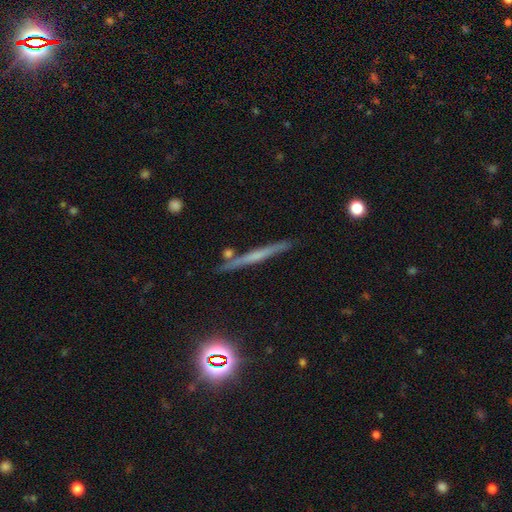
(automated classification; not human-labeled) Smooth or featured? featured or disk (52%)
Edge-on disk? yes (95%)
Merging? none (84%)